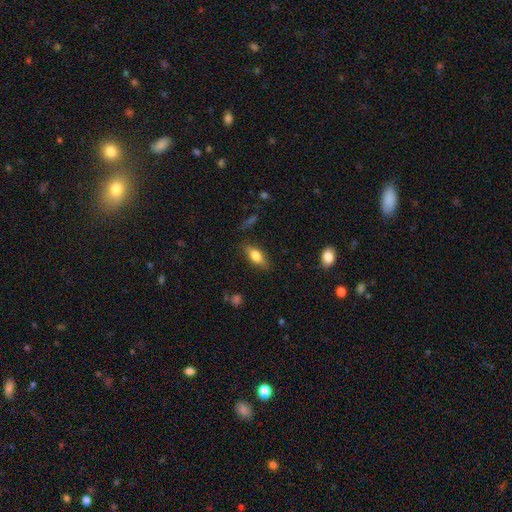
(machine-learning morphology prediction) A smooth galaxy with no disk features (73%) that is in between round and cigar-shaped (77%). Merging: none (81%).